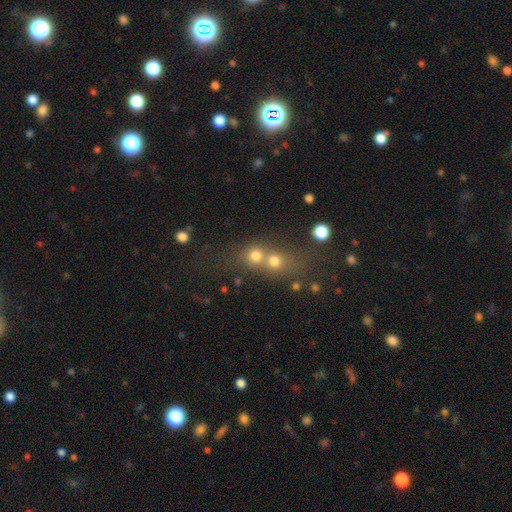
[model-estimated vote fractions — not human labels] Smooth or featured: smooth — 72% (star or artifact — 16%)
How rounded: round — 81% (in between — 17%)
Merging: merger — 57% (none — 32%)